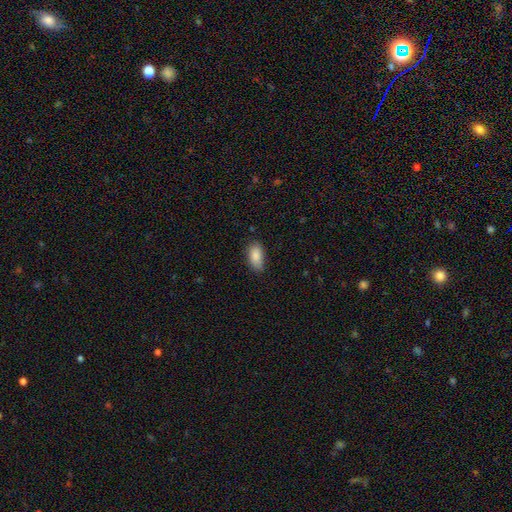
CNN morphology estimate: smooth 88%, star or artifact 7%, featured or disk 5%. Down the decision tree: how rounded — in between (91%); merging — none (76%).